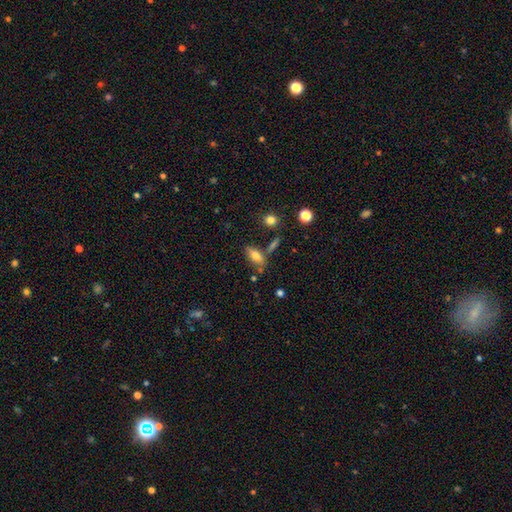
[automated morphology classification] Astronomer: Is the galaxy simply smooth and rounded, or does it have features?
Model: smooth — 72%.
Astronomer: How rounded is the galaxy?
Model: in between — 77%.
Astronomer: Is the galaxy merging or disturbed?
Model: none — 65%.